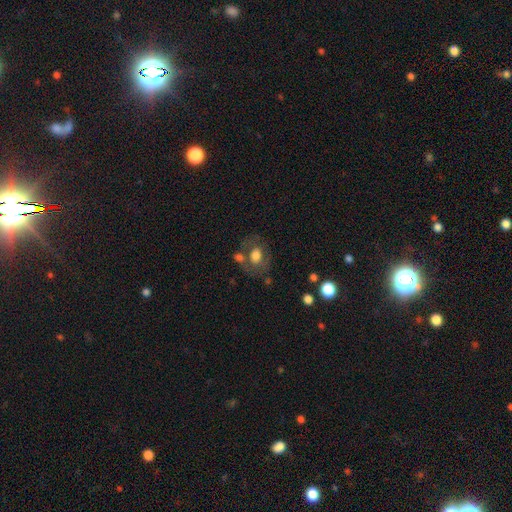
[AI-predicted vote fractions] Morphology: type=smooth (56%); roundness=in between (55%); merging=none (55%).